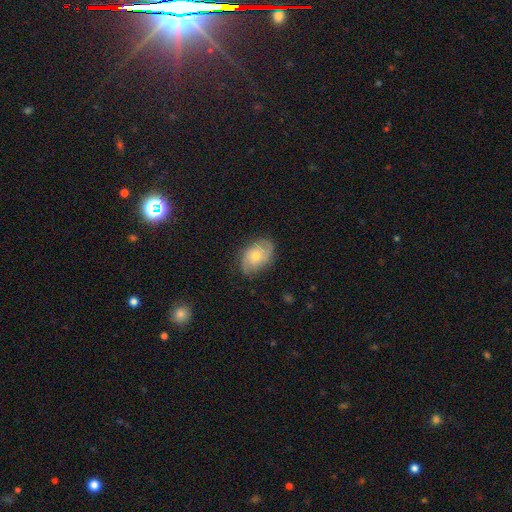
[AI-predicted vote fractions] Smooth or featured: featured or disk — 60% (smooth — 32%)
Edge-on disk: no — 96% (yes — 4%)
Bar: no — 76% (weak — 21%)
Spiral arms: yes — 88% (no — 12%)
Spiral winding: tight — 42% (medium — 40%)
Spiral arm count: 2 — 60% (can't tell — 21%)
Bulge size: small — 49% (moderate — 46%)
Merging: none — 76% (minor disturbance — 18%)